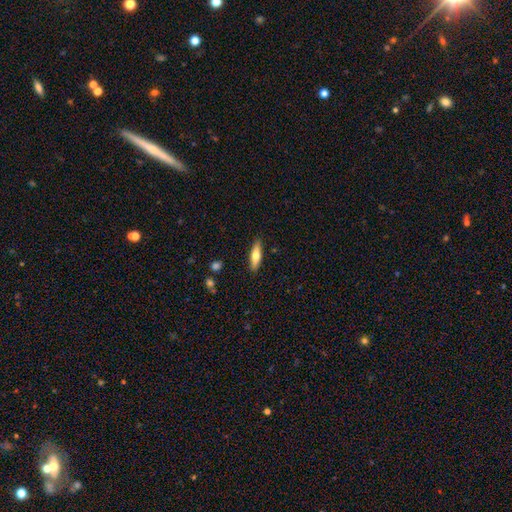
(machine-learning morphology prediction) Overall: smooth (60%; featured or disk 34%). How rounded: cigar-shaped (60%; in between 38%). Merging: none (88%).